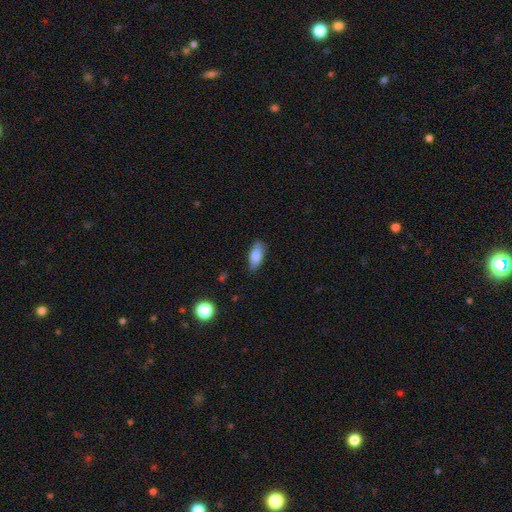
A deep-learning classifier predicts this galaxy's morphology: Smooth or featured?
  - smooth: 83% *
  - featured or disk: 10%
  - star or artifact: 7%
How rounded?
  - in between: 82% *
  - cigar-shaped: 16%
  - round: 3%
Merging?
  - none: 78% *
  - minor disturbance: 17%
  - major disturbance: 3%
  - merger: 1%